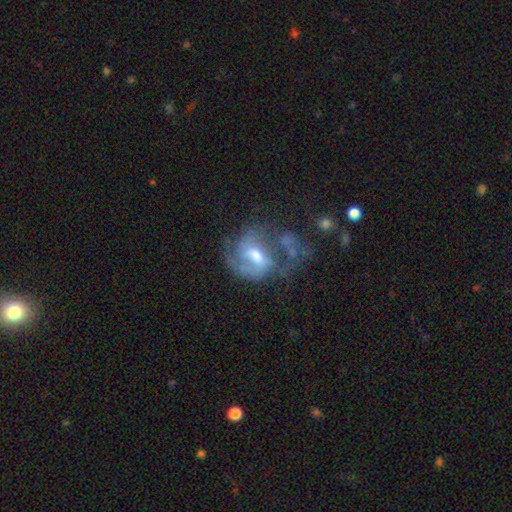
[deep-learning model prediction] Smooth or featured: featured or disk — 75% (smooth — 18%)
Edge-on disk: no — 97% (yes — 3%)
Bar: weak — 54% (no — 27%)
Spiral arms: yes — 84% (no — 16%)
Spiral winding: medium — 48% (tight — 28%)
Spiral arm count: 2 — 54% (can't tell — 19%)
Bulge size: moderate — 63% (small — 23%)
Merging: none — 37% (major disturbance — 30%)